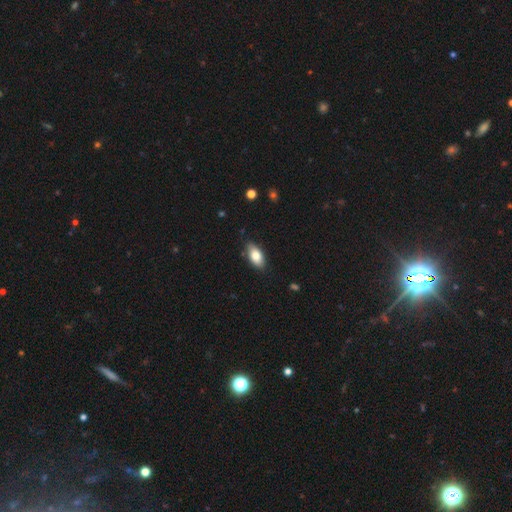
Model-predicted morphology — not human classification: A smooth galaxy with no disk features (81%) that is in between round and cigar-shaped (91%). Merging: none (82%).